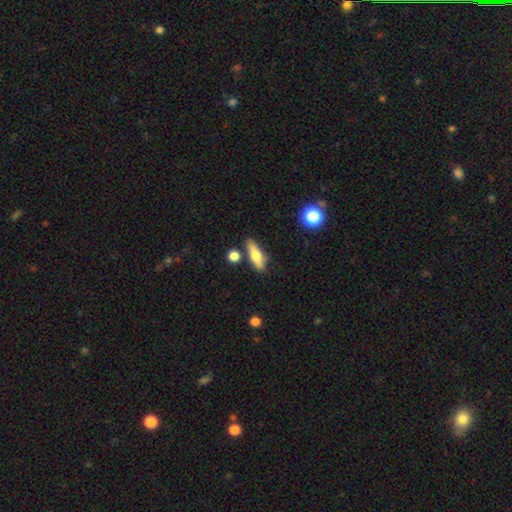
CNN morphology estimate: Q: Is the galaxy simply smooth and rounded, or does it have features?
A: smooth — 60%.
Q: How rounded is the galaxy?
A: cigar-shaped — 57%.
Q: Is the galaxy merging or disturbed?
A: none — 77%.